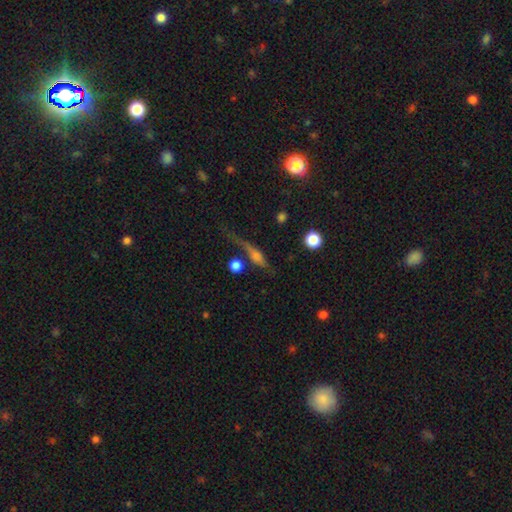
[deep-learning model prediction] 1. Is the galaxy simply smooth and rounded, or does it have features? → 48% featured or disk, 39% smooth, 13% star or artifact.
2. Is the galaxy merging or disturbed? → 53% none, 20% minor disturbance, 17% major disturbance, 10% merger.